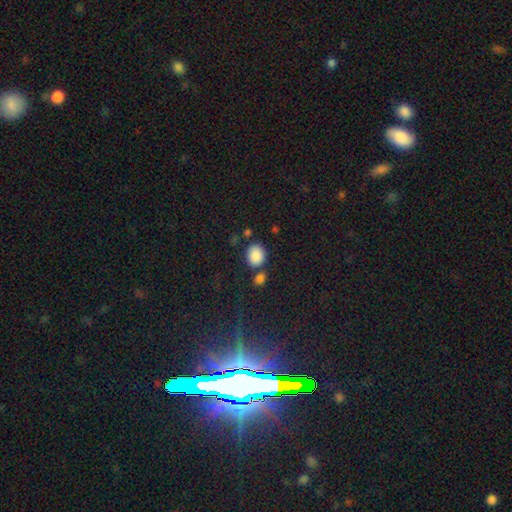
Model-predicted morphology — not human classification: A smooth galaxy with no disk features (87%) that is round (53%).

Vote fractions:
- Smooth or featured? smooth: 87% / star or artifact: 8% / featured or disk: 4%
- How rounded? round: 53% / in between: 46% / cigar-shaped: 1%
- Merging? none: 68% / merger: 15% / minor disturbance: 13% / major disturbance: 4%